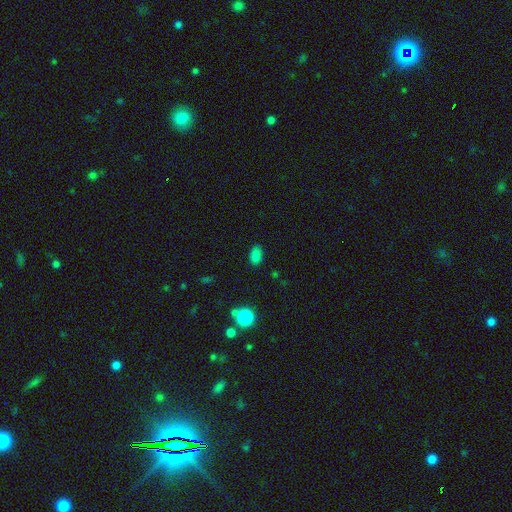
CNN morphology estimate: Smooth or featured? Predicted: smooth (p=0.82). How rounded? Predicted: in between (p=0.89). Merging? Predicted: none (p=0.83).